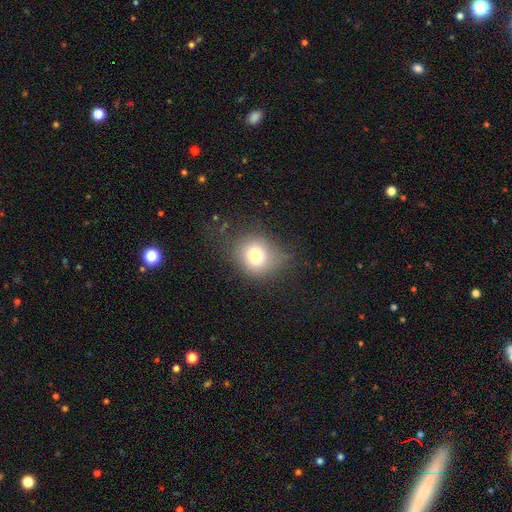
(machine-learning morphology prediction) type=smooth (75%); roundness=round (71%); merging=none (67%).